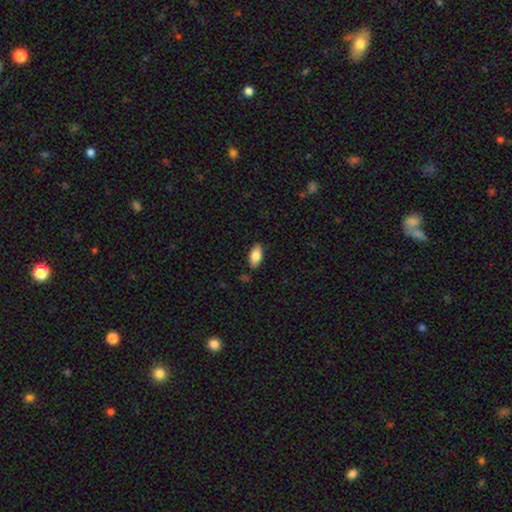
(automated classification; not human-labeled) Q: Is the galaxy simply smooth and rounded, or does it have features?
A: smooth — 81%.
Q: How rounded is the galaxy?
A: in between — 91%.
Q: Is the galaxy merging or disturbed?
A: none — 85%.